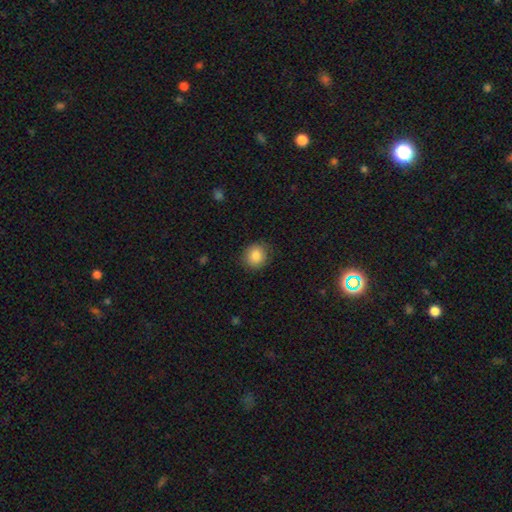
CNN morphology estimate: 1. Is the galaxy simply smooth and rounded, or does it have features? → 85% smooth, 9% star or artifact, 6% featured or disk.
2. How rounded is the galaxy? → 85% round, 14% in between, 1% cigar-shaped.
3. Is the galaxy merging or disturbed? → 85% none, 11% minor disturbance, 3% major disturbance, 1% merger.